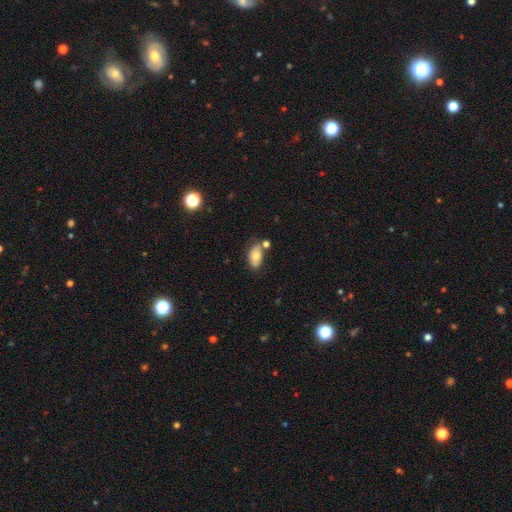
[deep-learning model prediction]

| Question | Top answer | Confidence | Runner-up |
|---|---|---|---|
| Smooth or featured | smooth | 75% | featured or disk (17%) |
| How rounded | in between | 92% | round (5%) |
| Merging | none | 59% | merger (19%) |